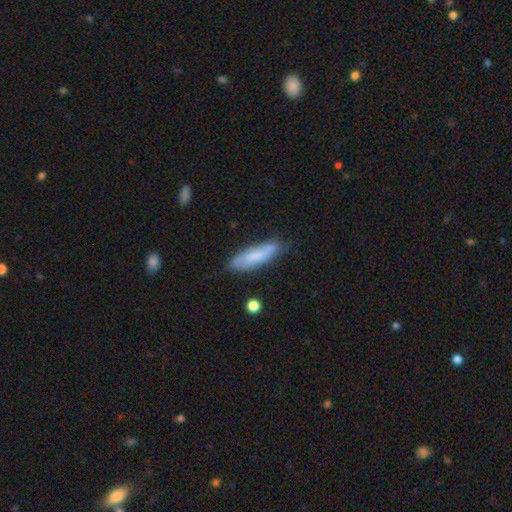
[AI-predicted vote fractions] Morphology: type=smooth (67%); roundness=cigar-shaped (61%); merging=none (70%).